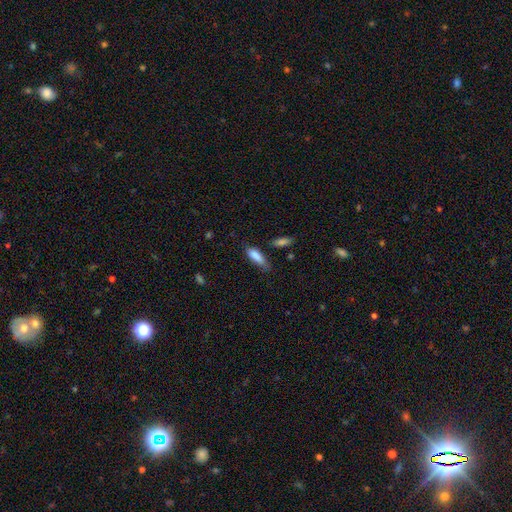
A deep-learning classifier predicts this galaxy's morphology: smooth-or-featured: smooth: 84% | featured or disk: 9% | star or artifact: 7%
  how-rounded: in between: 57% | cigar-shaped: 41% | round: 2%
  merging: none: 54% | minor disturbance: 32% | major disturbance: 10% | merger: 5%